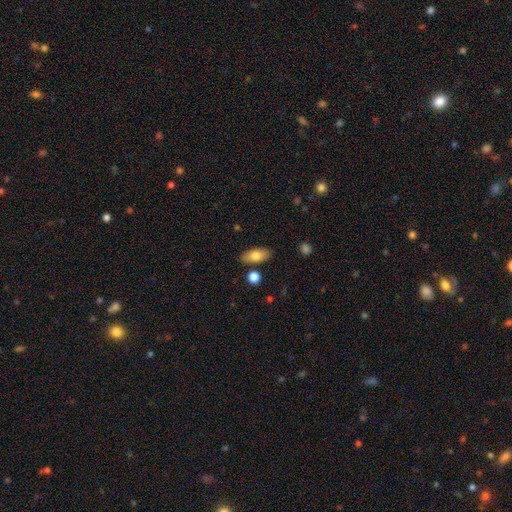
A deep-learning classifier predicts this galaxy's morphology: Smooth or featured? Predicted: smooth (p=0.78). How rounded? Predicted: in between (p=0.87). Merging? Predicted: none (p=0.84).